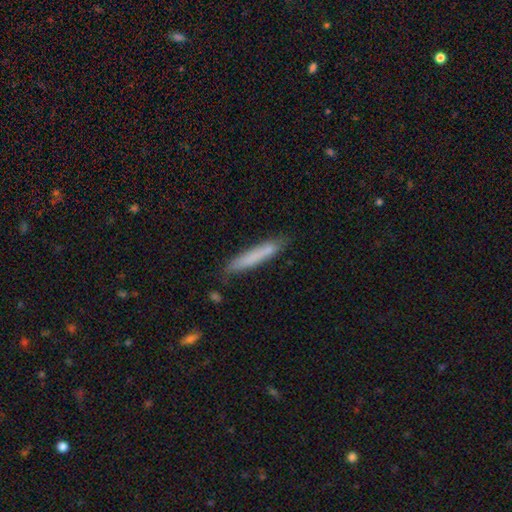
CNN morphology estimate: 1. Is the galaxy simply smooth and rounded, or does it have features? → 73% smooth, 20% featured or disk, 7% star or artifact.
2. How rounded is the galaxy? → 95% cigar-shaped, 4% in between, 1% round.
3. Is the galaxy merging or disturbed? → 82% none, 13% minor disturbance, 3% merger, 2% major disturbance.